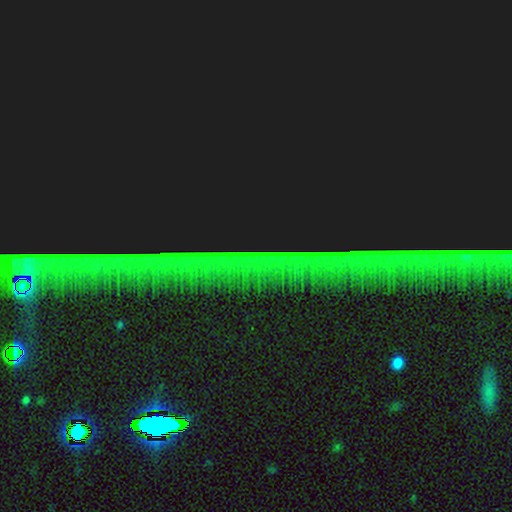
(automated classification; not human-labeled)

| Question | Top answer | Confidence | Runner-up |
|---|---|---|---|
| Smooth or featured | star or artifact | 84% | featured or disk (9%) |